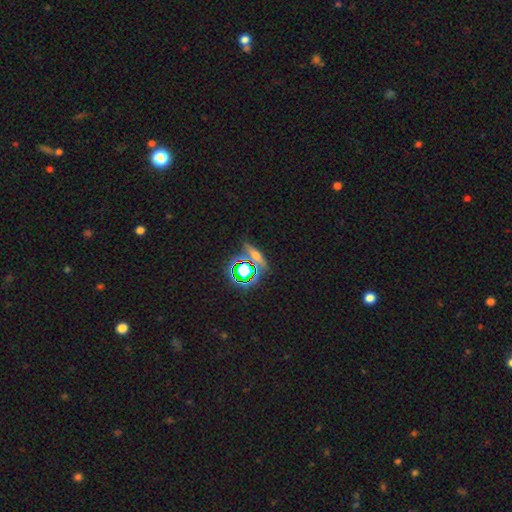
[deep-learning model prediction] This appears to be a smooth galaxy with no disk features (41%). Merging: none (74%).